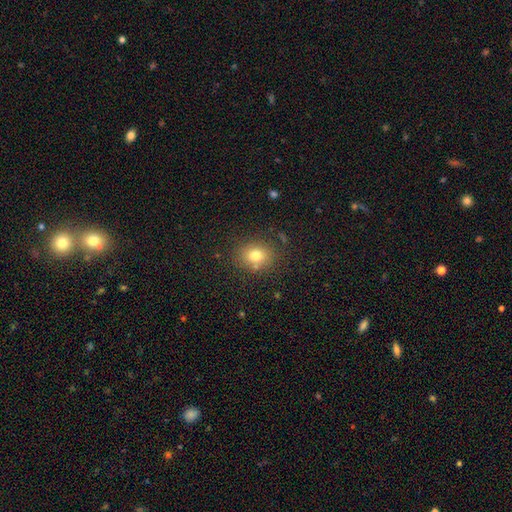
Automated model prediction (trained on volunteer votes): Smooth or featured: smooth — 77% (star or artifact — 13%)
How rounded: round — 59% (in between — 40%)
Merging: none — 80% (minor disturbance — 12%)